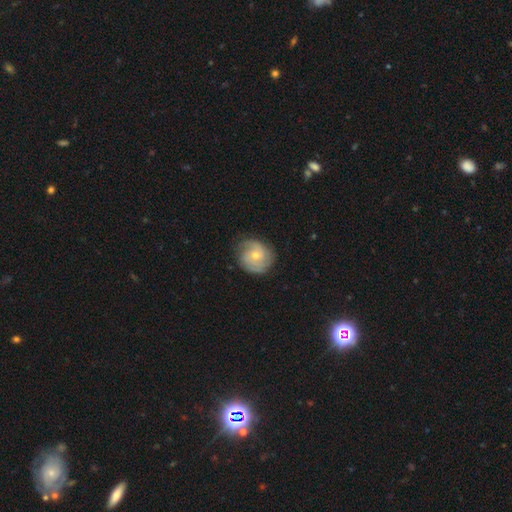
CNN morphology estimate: Overall: featured or disk (66%; smooth 27%). Edge-on disk: no (98%). Bar: no (71%). Spiral arms: yes (89%). Spiral arm count: 2 (42%; can't tell 27%). Spiral winding: tight (56%; medium 33%). Bulge size: small (50%; moderate 46%). Merging: none (77%).